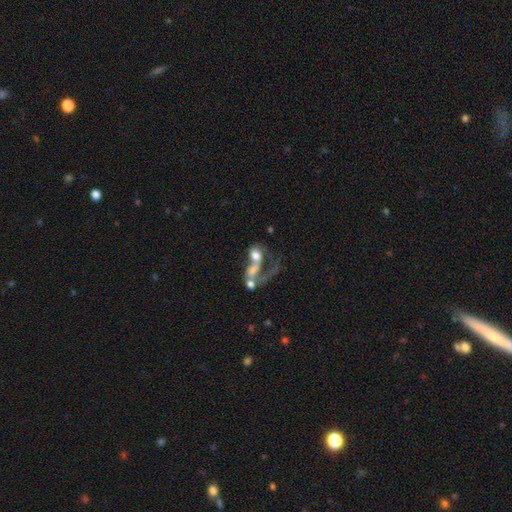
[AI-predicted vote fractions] Smooth or featured? featured or disk (46%)
Merging? merger (60%)